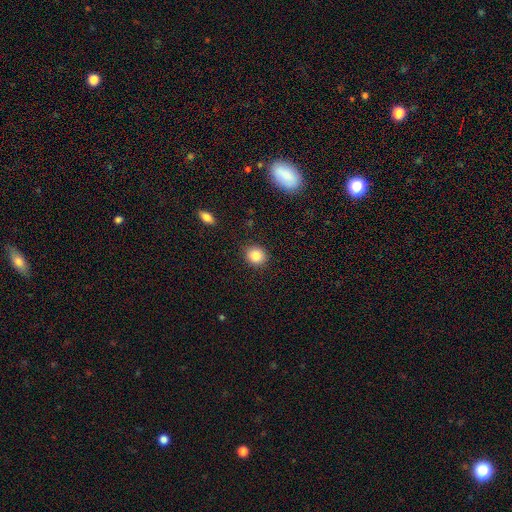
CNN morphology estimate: Smooth or featured? smooth (85%)
How rounded? round (82%)
Merging? none (90%)